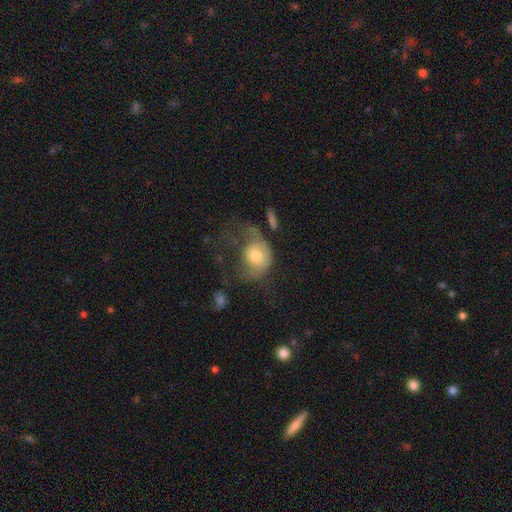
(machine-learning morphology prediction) smooth 63%, featured or disk 29%, star or artifact 9%. Down the decision tree: how rounded — round (55%); merging — major disturbance (56%).